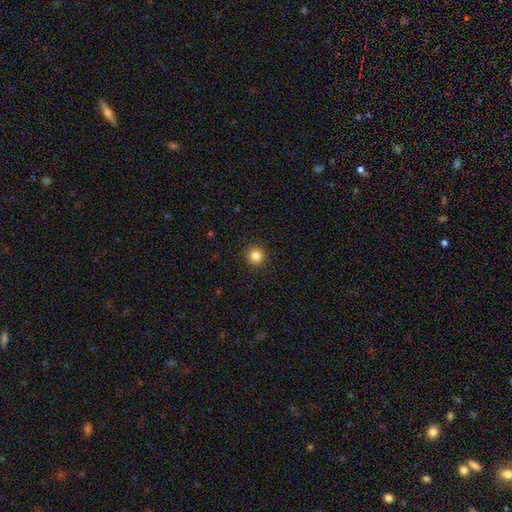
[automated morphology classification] The model was most divided on "smooth or featured": smooth: 84%, star or artifact: 11%, featured or disk: 4%. More confident: how rounded — round (94%); merging — none (92%).